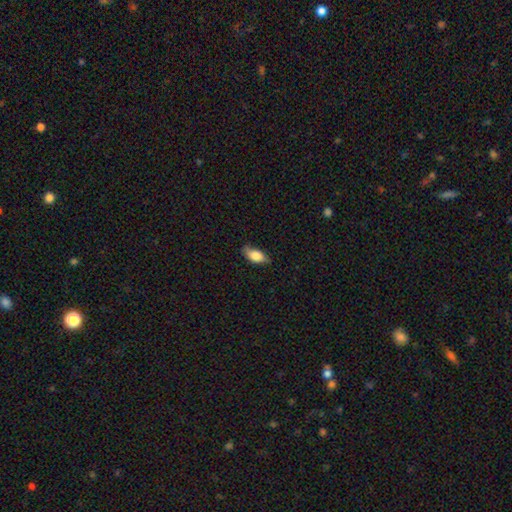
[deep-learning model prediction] smooth_or_featured: smooth (p=0.80) [alt: featured or disk p=0.14]
how_rounded: in between (p=0.87) [alt: cigar-shaped p=0.09]
merging: none (p=0.73) [alt: minor disturbance p=0.22]